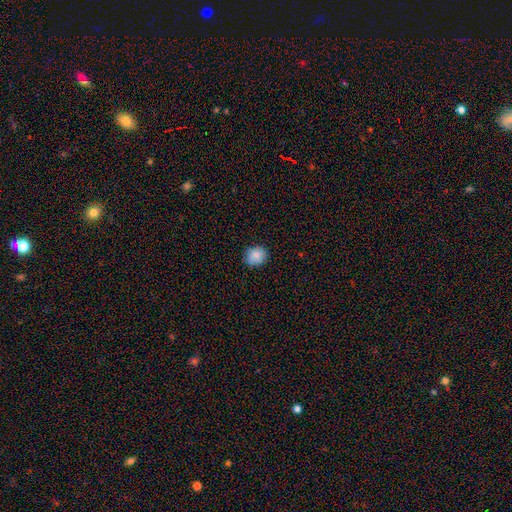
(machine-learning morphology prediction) Overall: smooth (86%). How rounded: round (69%; in between 30%). Merging: none (85%).